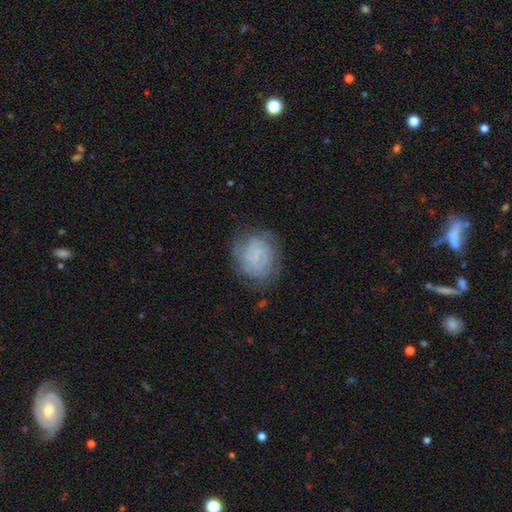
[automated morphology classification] Overall: featured or disk (51%; smooth 38%). Edge-on disk: no (98%). Bar: no (66%; weak 27%). Spiral arms: yes (73%). Bulge size: none (59%; small 30%). Merging: none (71%).